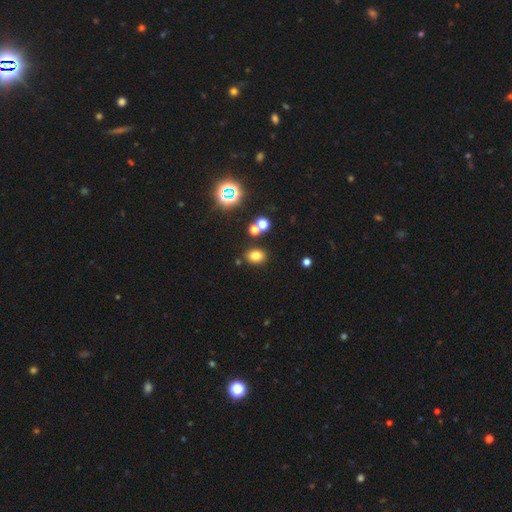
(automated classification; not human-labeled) smooth 76%, star or artifact 17%, featured or disk 7%. Down the decision tree: how rounded — in between (56%); merging — none (81%).